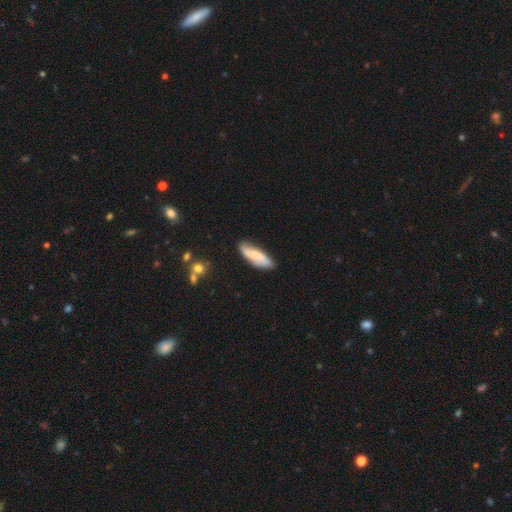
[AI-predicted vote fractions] smooth-or-featured: smooth: 63% | featured or disk: 30% | star or artifact: 6%
  how-rounded: in between: 56% | cigar-shaped: 42% | round: 2%
  merging: none: 74% | minor disturbance: 20% | major disturbance: 4% | merger: 2%